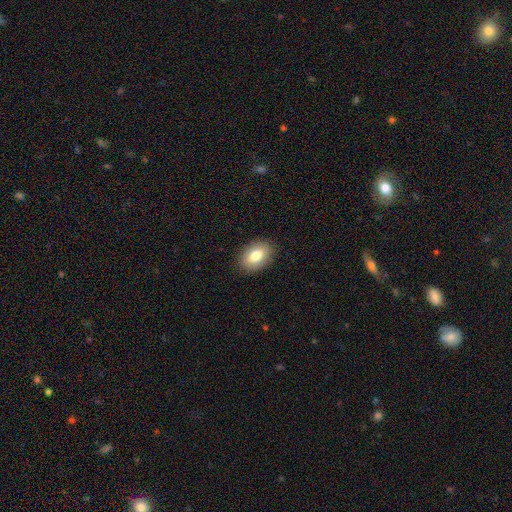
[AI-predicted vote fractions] Morphology: type=smooth (80%); roundness=in between (86%); merging=none (88%).